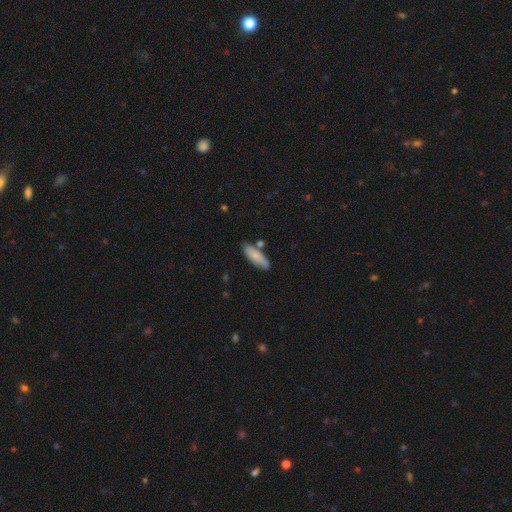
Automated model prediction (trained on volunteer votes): This appears to be a smooth galaxy with no disk features (82%) that is in between round and cigar-shaped (55%). Merging: none (74%).